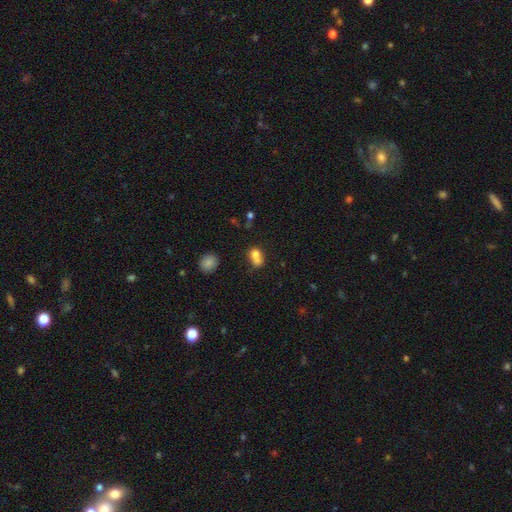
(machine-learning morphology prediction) Smooth or featured?
  - smooth: 74% *
  - featured or disk: 15%
  - star or artifact: 12%
How rounded?
  - in between: 53% *
  - round: 45%
  - cigar-shaped: 2%
Merging?
  - merger: 53% *
  - none: 28%
  - minor disturbance: 12%
  - major disturbance: 6%